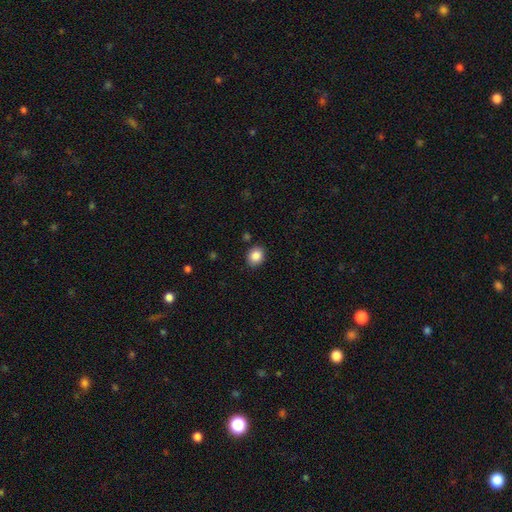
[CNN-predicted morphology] smooth_or_featured: smooth (p=0.87) [alt: star or artifact p=0.09]
how_rounded: round (p=0.60) [alt: in between p=0.39]
merging: none (p=0.86) [alt: minor disturbance p=0.09]